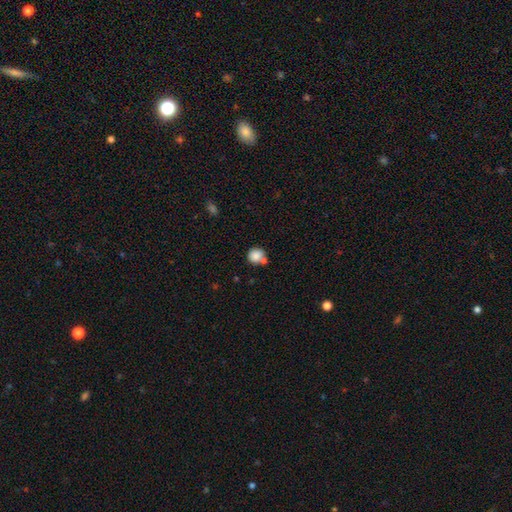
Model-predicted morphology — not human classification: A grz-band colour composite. It shows a smooth galaxy with no disk features (83%) that is round (86%). Merging: none (57%).